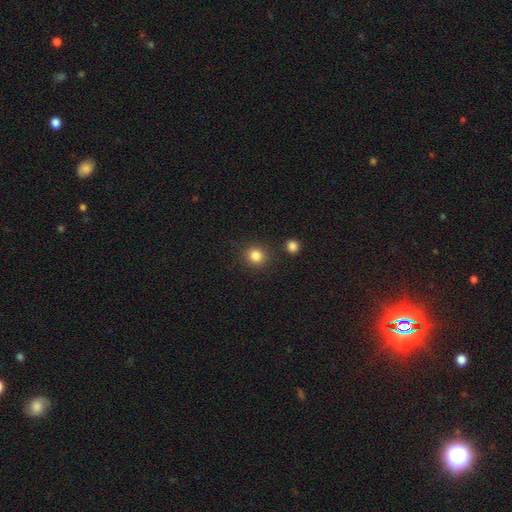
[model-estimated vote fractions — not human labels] Smooth or featured? Predicted: smooth (p=0.84). How rounded? Predicted: round (p=0.87). Merging? Predicted: none (p=0.87).